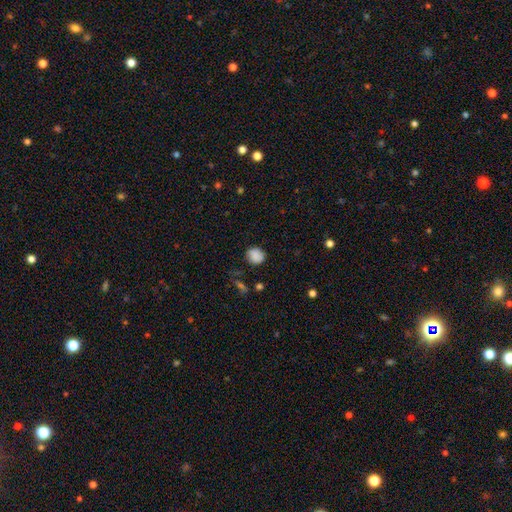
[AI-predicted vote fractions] Overall: smooth (84%). How rounded: round (77%). Merging: none (75%).